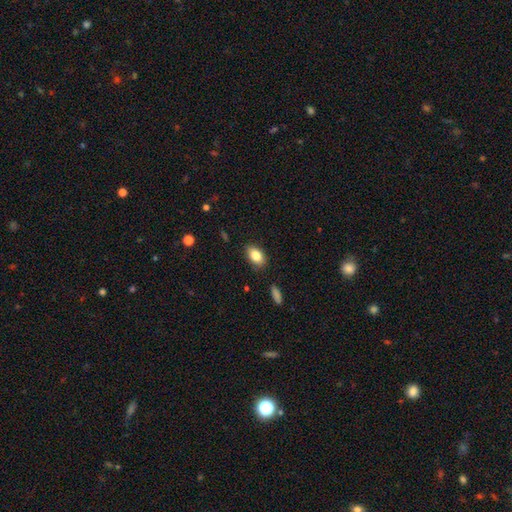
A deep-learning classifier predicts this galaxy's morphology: Q: Smooth or featured?
A: smooth (84%); runner-up: featured or disk (8%)
Q: How rounded?
A: in between (89%); runner-up: round (9%)
Q: Merging?
A: none (86%); runner-up: minor disturbance (10%)